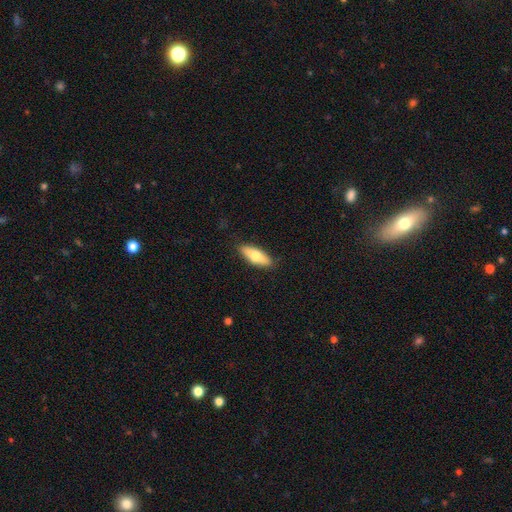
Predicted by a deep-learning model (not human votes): A smooth galaxy with no disk features (71%) that is in between round and cigar-shaped (66%).

Vote fractions:
- Smooth or featured? smooth: 71% / featured or disk: 23% / star or artifact: 6%
- How rounded? in between: 66% / cigar-shaped: 31% / round: 2%
- Merging? none: 86% / minor disturbance: 11% / major disturbance: 2% / merger: 1%